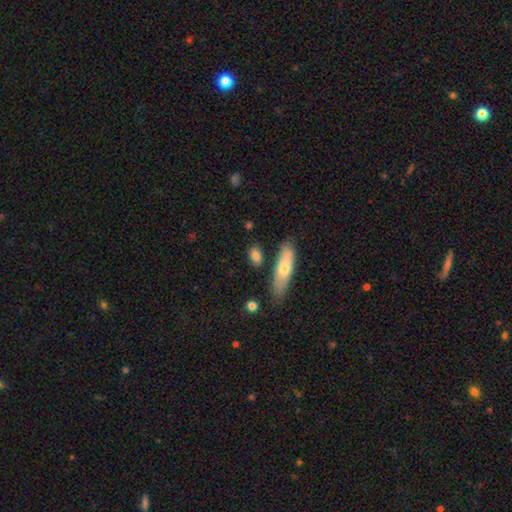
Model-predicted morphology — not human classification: Overall: smooth (76%). How rounded: in between (67%). Merging: none (72%).